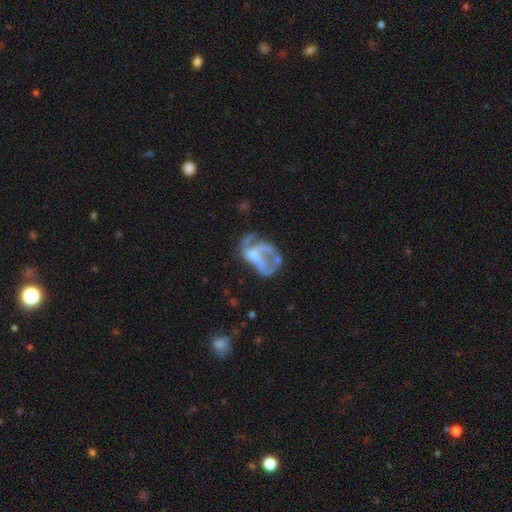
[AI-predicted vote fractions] A featured or disk galaxy (67%) with no bar (72%), no spiral arms (58%) and no central bulge (59%). Merging: major disturbance (43%).